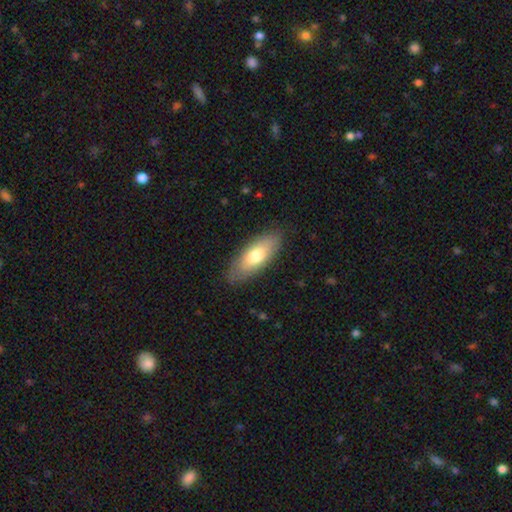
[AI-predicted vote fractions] The model was most divided on "smooth or featured": smooth: 71%, featured or disk: 23%, star or artifact: 6%. More confident: merging — none (84%); how rounded — in between (76%).